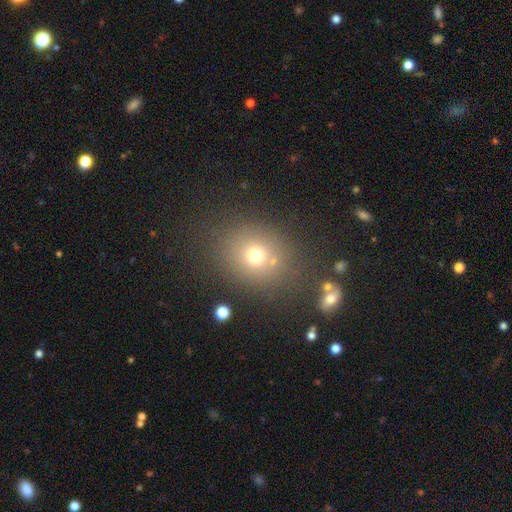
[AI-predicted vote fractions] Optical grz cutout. It shows a smooth galaxy with no disk features (68%) that is round (69%). Merging: none (75%).